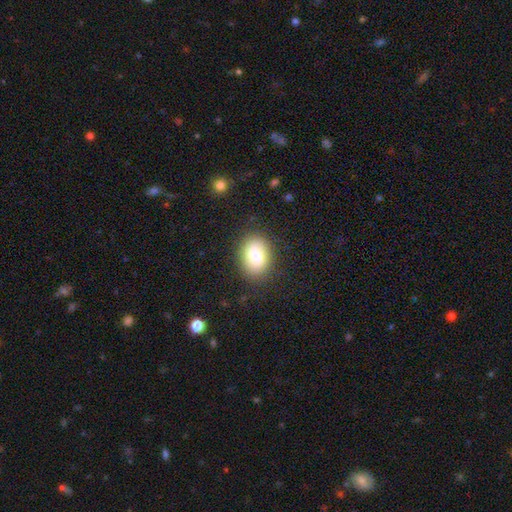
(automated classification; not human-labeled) A smooth galaxy with no disk features (83%) that is in between round and cigar-shaped (74%).

Vote fractions:
- Smooth or featured? smooth: 83% / featured or disk: 9% / star or artifact: 8%
- How rounded? in between: 74% / round: 24% / cigar-shaped: 1%
- Merging? none: 85% / minor disturbance: 10% / major disturbance: 3% / merger: 1%